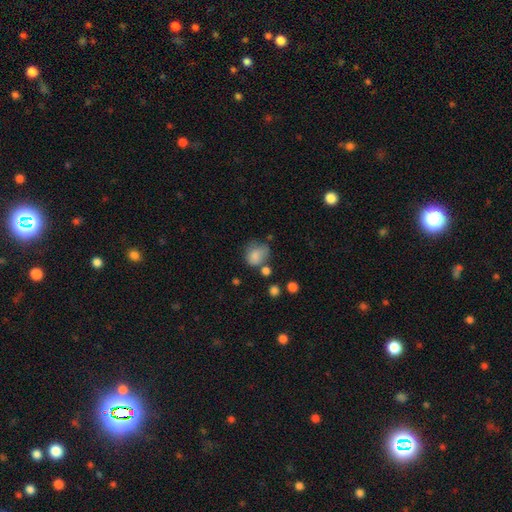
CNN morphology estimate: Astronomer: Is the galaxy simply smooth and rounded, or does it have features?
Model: smooth — 79%.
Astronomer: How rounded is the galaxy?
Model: round — 55% (runner-up: in between, 44%).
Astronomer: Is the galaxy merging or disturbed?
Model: none — 41% (runner-up: minor disturbance, 31%).